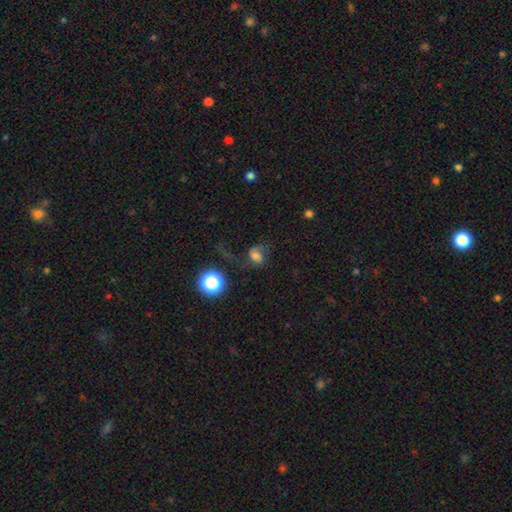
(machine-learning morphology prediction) This appears to be a smooth galaxy with no disk features (48%). Merging: none (39%).